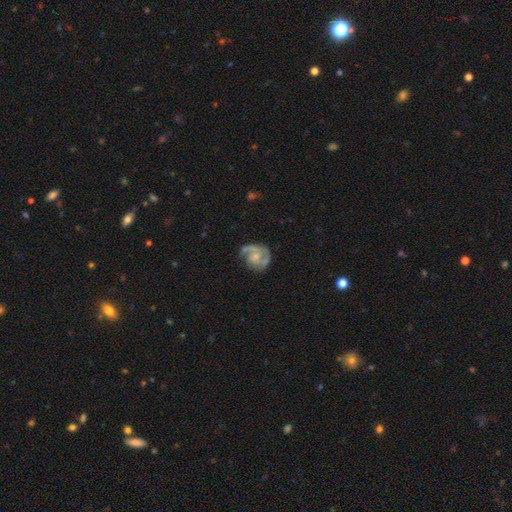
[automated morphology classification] featured or disk 78%, smooth 17%, star or artifact 6%. Down the decision tree: edge-on disk — no (98%); bar — no (66%); spiral arms — yes (92%); spiral arm count — 2 (55%); spiral winding — medium (44%); bulge size — small (54%); merging — none (57%).